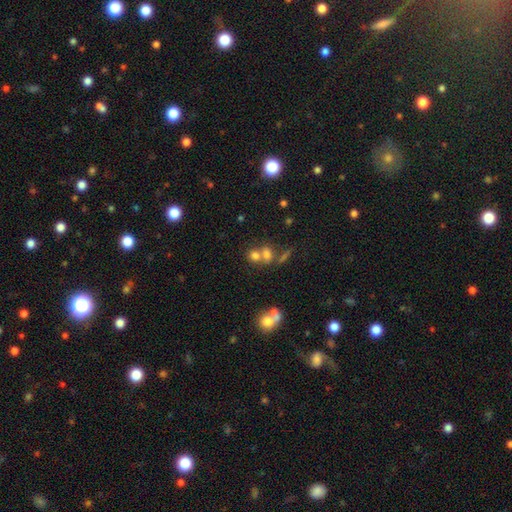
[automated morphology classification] Smooth or featured?
  - smooth: 68% *
  - star or artifact: 16%
  - featured or disk: 15%
How rounded?
  - round: 70% *
  - in between: 29%
  - cigar-shaped: 2%
Merging?
  - merger: 52% *
  - none: 36%
  - minor disturbance: 7%
  - major disturbance: 5%